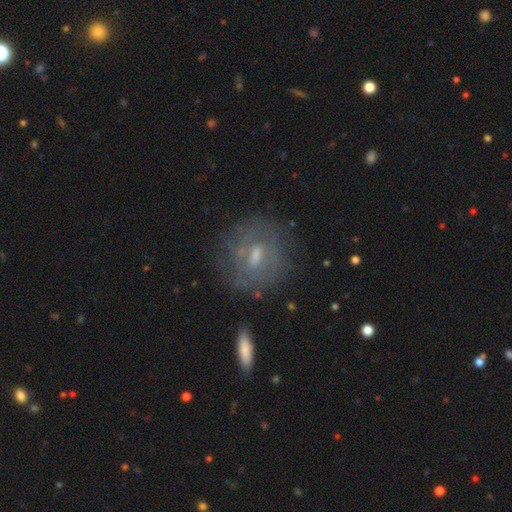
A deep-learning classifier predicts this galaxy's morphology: The model was most divided on "bulge size": moderate: 46%, small: 41%, none: 8%, large: 4%, dominant: 1%. More confident: edge-on disk — no (94%); merging — none (73%); smooth or featured — featured or disk (64%); spiral arms — yes (61%); bar — weak (56%).